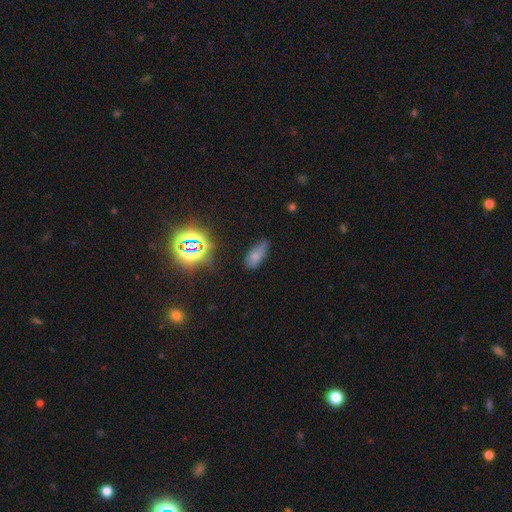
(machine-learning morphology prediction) This appears to be a smooth galaxy with no disk features (68%) that is in between round and cigar-shaped (77%). Merging: none (56%).